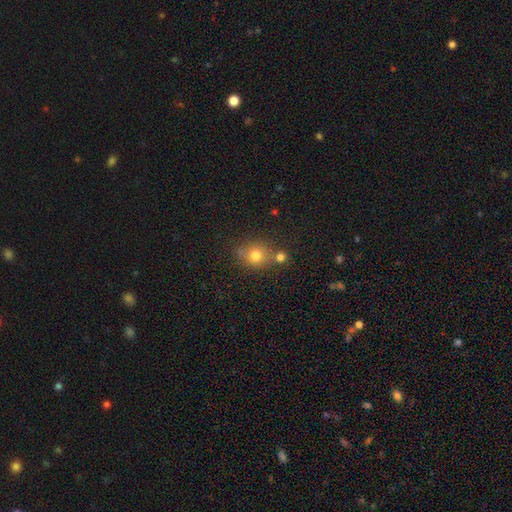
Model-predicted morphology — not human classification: The model was most divided on "merging": none: 62%, merger: 22%, minor disturbance: 12%, major disturbance: 4%. More confident: how rounded — round (79%); smooth or featured — smooth (75%).